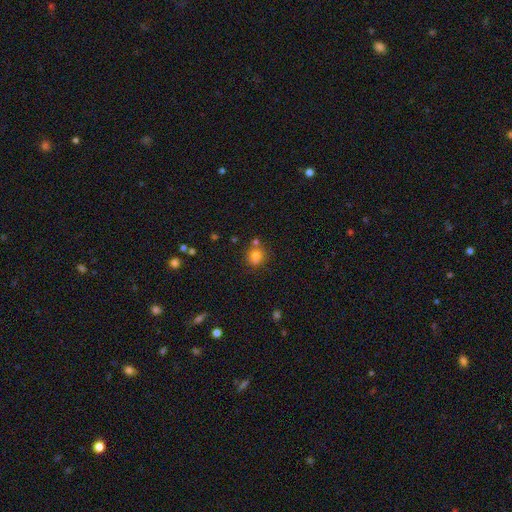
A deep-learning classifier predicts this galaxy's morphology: Smooth or featured? Predicted: smooth (p=0.71). How rounded? Predicted: round (p=0.85). Merging? Predicted: none (p=0.61).